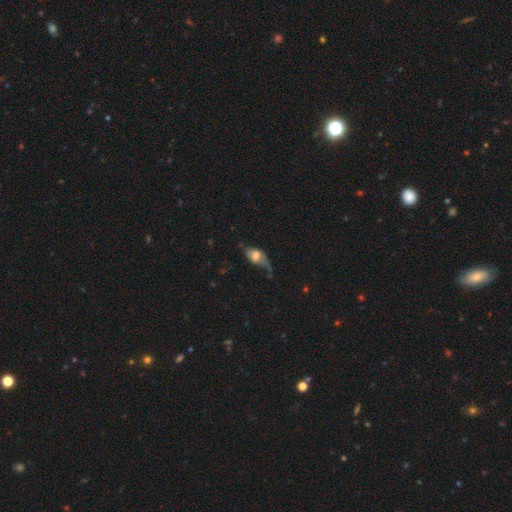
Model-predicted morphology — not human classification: A featured or disk galaxy (48%).

Vote fractions:
- Smooth or featured? featured or disk: 48% / smooth: 43% / star or artifact: 9%
- Merging? none: 42% / minor disturbance: 31% / major disturbance: 22% / merger: 6%